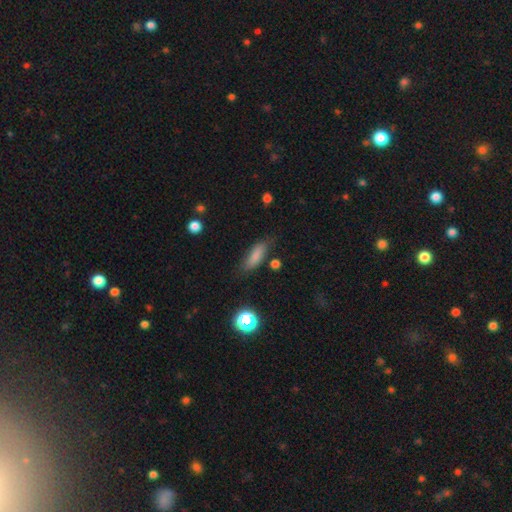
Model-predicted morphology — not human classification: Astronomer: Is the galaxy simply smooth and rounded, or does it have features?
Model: smooth — 81%.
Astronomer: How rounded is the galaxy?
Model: in between — 59% (runner-up: cigar-shaped, 38%).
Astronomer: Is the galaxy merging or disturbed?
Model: none — 74%.